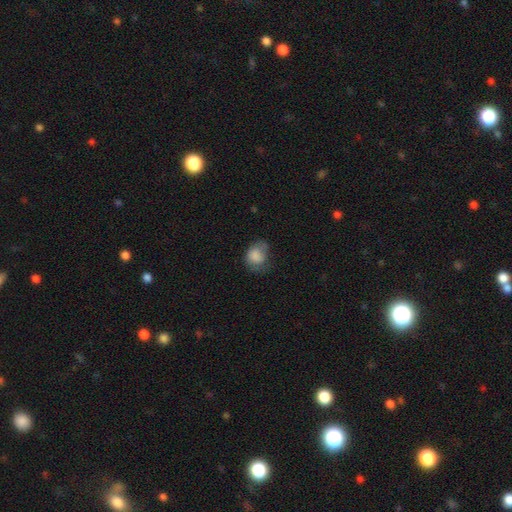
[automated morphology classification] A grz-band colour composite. It shows a smooth galaxy with no disk features (79%) that is in between round and cigar-shaped (54%). Merging: none (42%).